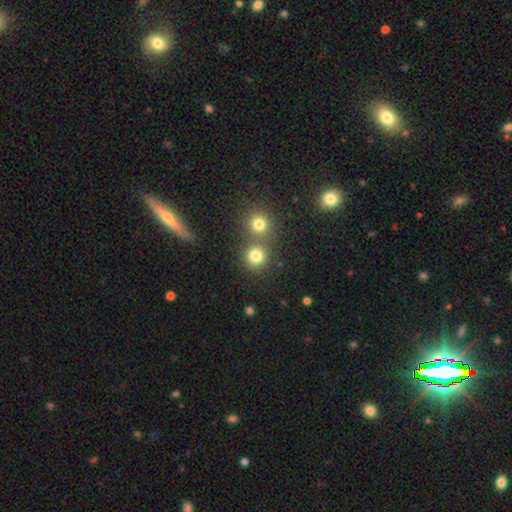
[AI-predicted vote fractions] Smooth or featured? Predicted: smooth (p=0.79). How rounded? Predicted: round (p=0.90). Merging? Predicted: none (p=0.63).